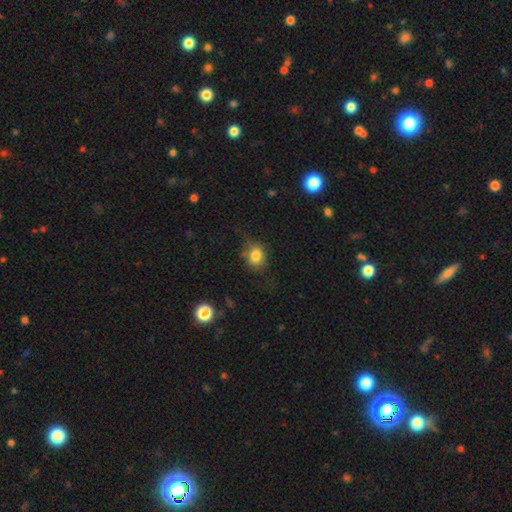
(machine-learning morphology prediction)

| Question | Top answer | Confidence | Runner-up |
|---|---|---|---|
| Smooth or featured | smooth | 81% | star or artifact (11%) |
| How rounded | round | 57% | in between (42%) |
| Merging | none | 66% | minor disturbance (24%) |